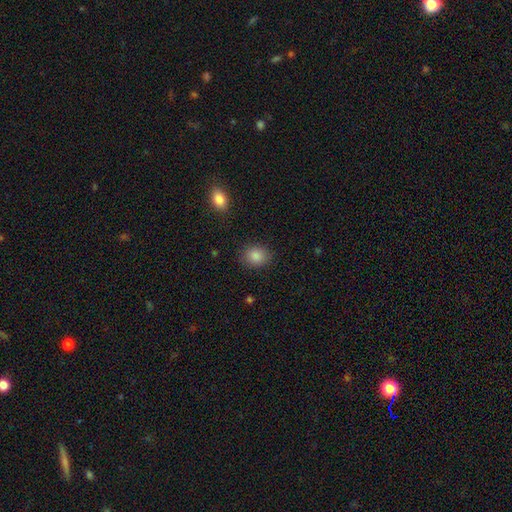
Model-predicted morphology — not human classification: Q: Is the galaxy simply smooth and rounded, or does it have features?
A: smooth — 86%.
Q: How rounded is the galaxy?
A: round — 66%.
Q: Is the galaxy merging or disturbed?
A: none — 87%.